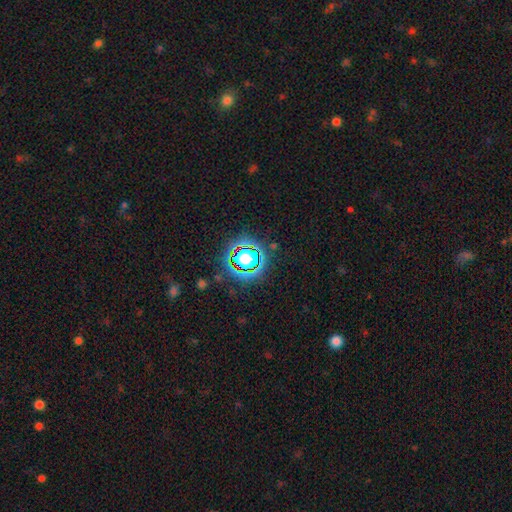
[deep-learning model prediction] Smooth or featured?
  - star or artifact: 79% *
  - smooth: 13%
  - featured or disk: 8%